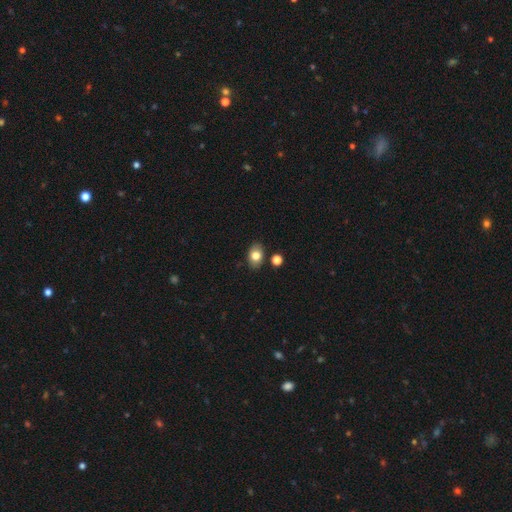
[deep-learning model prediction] Q: Smooth or featured?
A: smooth (79%); runner-up: featured or disk (12%)
Q: How rounded?
A: in between (77%); runner-up: round (22%)
Q: Merging?
A: none (82%); runner-up: minor disturbance (11%)